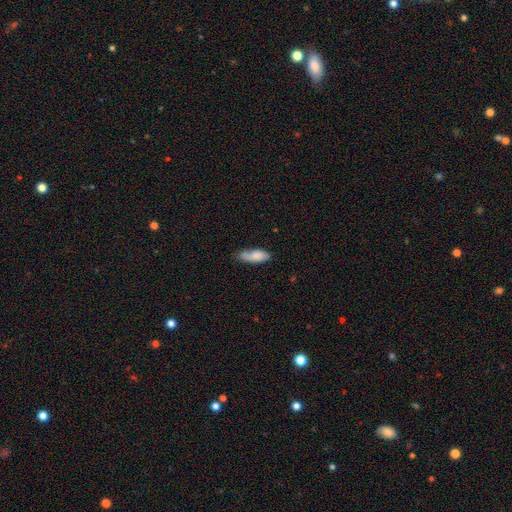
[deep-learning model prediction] Smooth or featured? smooth (81%)
How rounded? in between (69%)
Merging? none (55%)